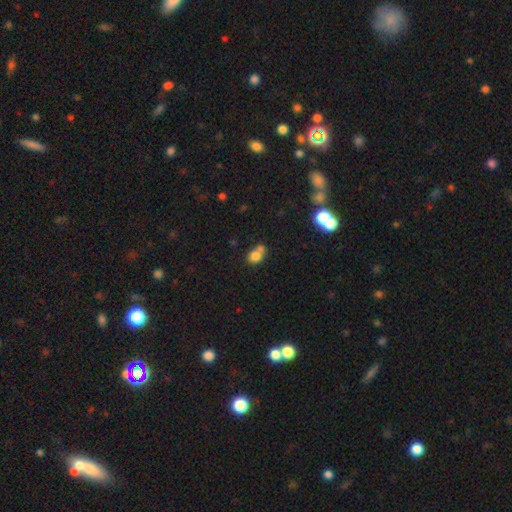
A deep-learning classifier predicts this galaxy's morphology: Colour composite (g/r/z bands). It shows a smooth galaxy with no disk features (78%) that is round (62%). Merging: merger (45%).